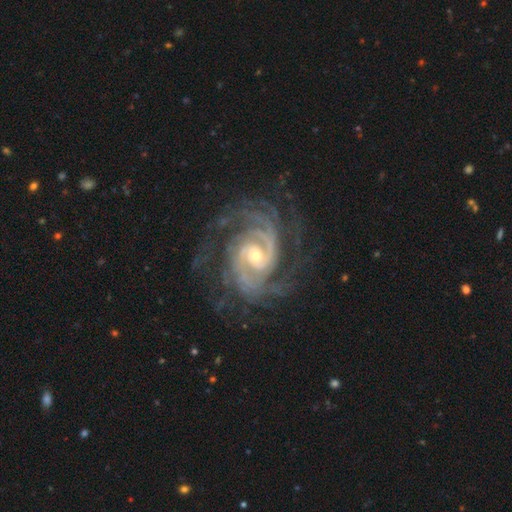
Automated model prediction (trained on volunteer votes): A featured or disk galaxy (93%) with a weak bar (42%), 2 (35%) tight (63%) spiral arms (99%) and a small central bulge (56%).

Vote fractions:
- Smooth or featured? featured or disk: 93% / star or artifact: 4% / smooth: 2%
- Edge-on disk? no: 98% / yes: 2%
- Bar? weak: 42% / no: 40% / strong: 18%
- Spiral arms? yes: 99% / no: 1%
- Spiral winding? tight: 63% / medium: 33% / loose: 5%
- Spiral arm count? 2: 35% / 3: 20% / can't tell: 15% / 4: 14% / more than 4: 9% / 1: 8%
- Bulge size? small: 56% / moderate: 40% / large: 2% / none: 1% / dominant: 1%
- Merging? none: 74% / minor disturbance: 16% / major disturbance: 9% / merger: 1%